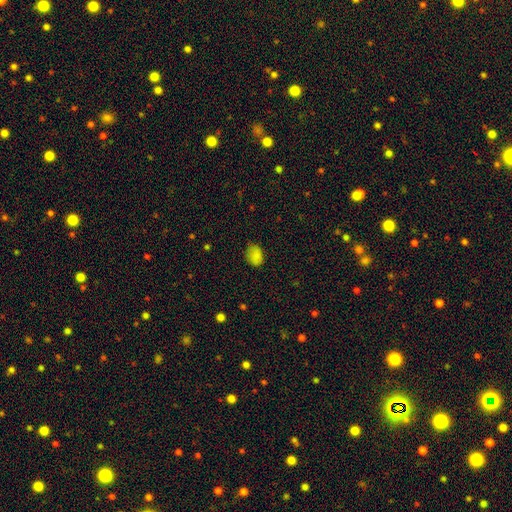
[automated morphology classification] type=smooth (83%); roundness=in between (71%); merging=none (71%).